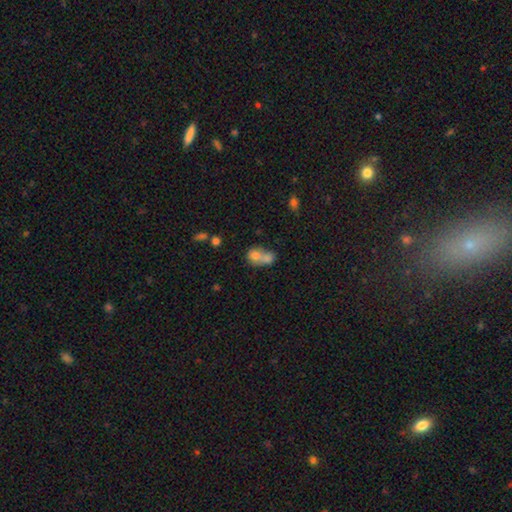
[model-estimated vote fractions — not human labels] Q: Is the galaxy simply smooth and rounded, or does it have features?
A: smooth — 74%.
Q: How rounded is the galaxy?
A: round — 53%.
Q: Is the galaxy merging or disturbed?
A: merger — 69%.